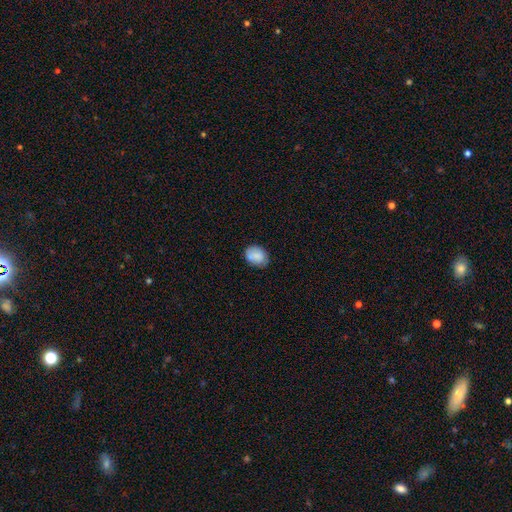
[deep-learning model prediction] This appears to be a smooth galaxy with no disk features (82%) that is in between round and cigar-shaped (63%). Merging: none (71%).